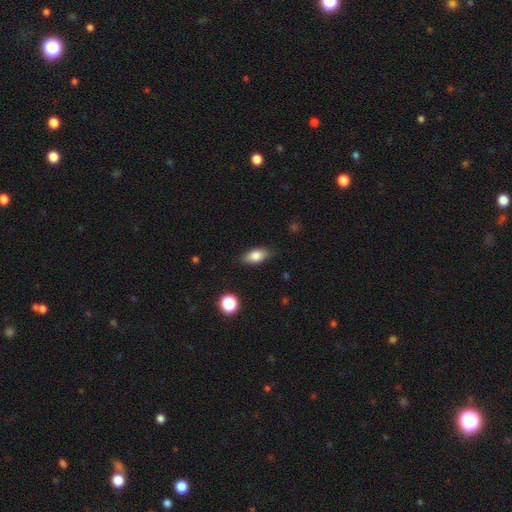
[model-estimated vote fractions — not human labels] A smooth galaxy with no disk features (81%) that is in between round and cigar-shaped (88%).

Vote fractions:
- Smooth or featured? smooth: 81% / featured or disk: 11% / star or artifact: 8%
- How rounded? in between: 88% / cigar-shaped: 7% / round: 5%
- Merging? none: 84% / minor disturbance: 12% / major disturbance: 3% / merger: 1%